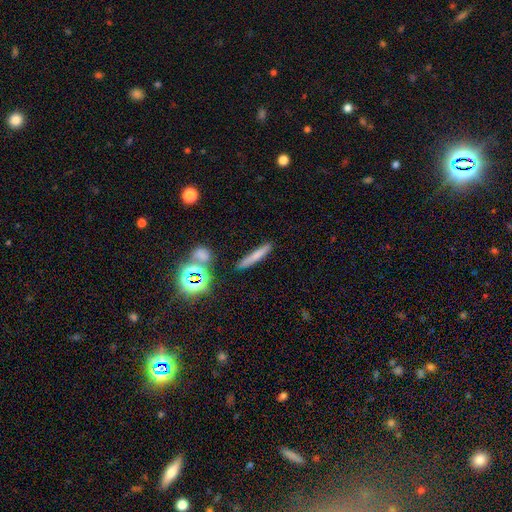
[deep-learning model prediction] This is likely a smooth galaxy (64%). How rounded: clearly cigar-shaped (89%). Merging: clearly none (84%).